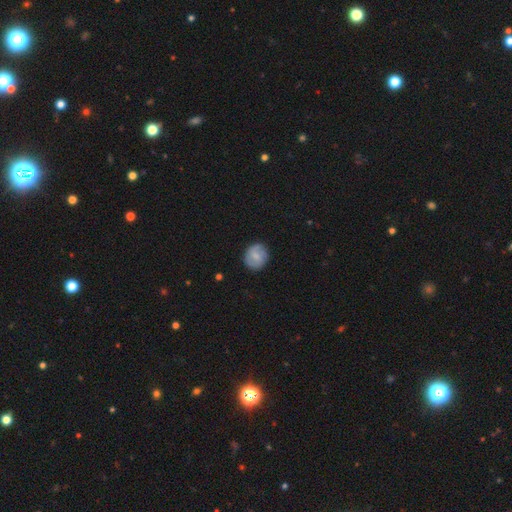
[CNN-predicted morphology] Overall: smooth (62%; featured or disk 31%). How rounded: round (82%). Merging: none (83%).